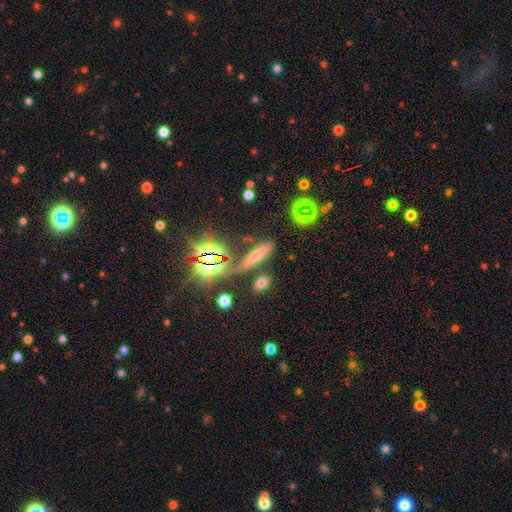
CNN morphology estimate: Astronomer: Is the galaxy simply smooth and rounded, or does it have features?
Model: smooth — 54%.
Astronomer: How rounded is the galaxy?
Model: cigar-shaped — 67%.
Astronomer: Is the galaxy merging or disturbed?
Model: none — 65%.